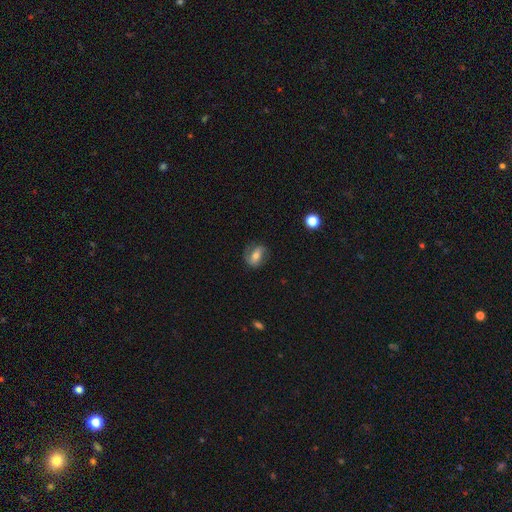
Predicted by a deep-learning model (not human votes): A featured or disk galaxy (57%) with a strong bar (34%, tied with weak), spiral arms (83%) and a moderate central bulge (61%). Merging: none (70%).